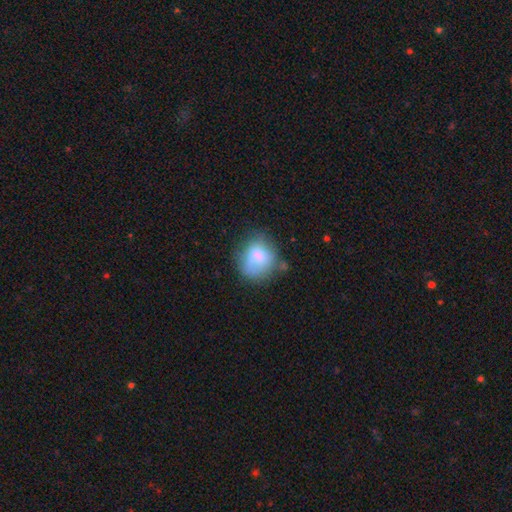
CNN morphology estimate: A smooth galaxy with no disk features (71%) that is round (65%).

Vote fractions:
- Smooth or featured? smooth: 71% / featured or disk: 20% / star or artifact: 9%
- How rounded? round: 65% / in between: 33% / cigar-shaped: 1%
- Merging? none: 53% / minor disturbance: 29% / major disturbance: 11% / merger: 8%